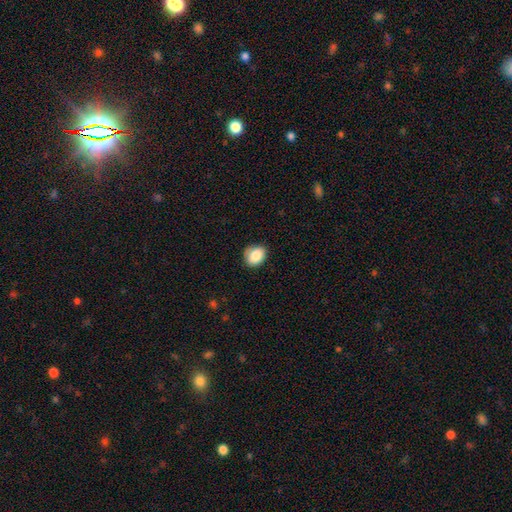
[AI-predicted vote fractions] Smooth or featured?
  - smooth: 86% *
  - star or artifact: 8%
  - featured or disk: 6%
How rounded?
  - round: 55% *
  - in between: 44%
  - cigar-shaped: 1%
Merging?
  - none: 76% *
  - minor disturbance: 20%
  - major disturbance: 3%
  - merger: 1%